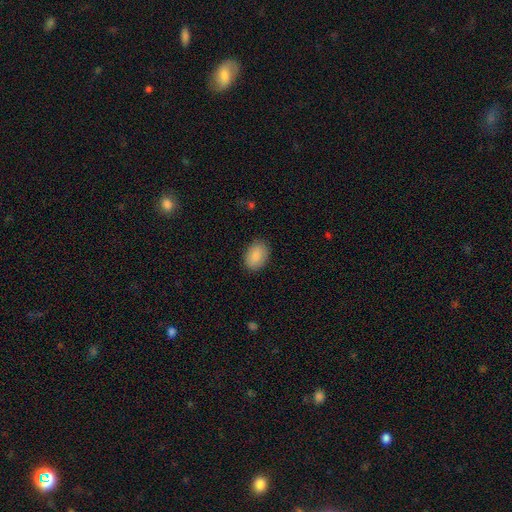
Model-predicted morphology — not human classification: type=smooth (89%); roundness=in between (84%); merging=none (86%).